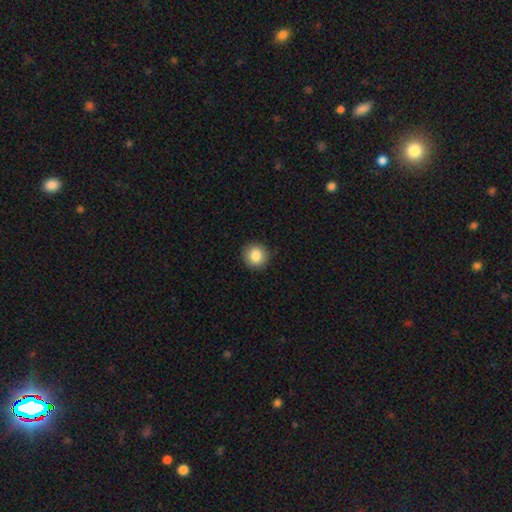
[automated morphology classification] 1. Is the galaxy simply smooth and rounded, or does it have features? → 84% smooth, 9% star or artifact, 7% featured or disk.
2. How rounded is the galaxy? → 93% round, 6% in between, 1% cigar-shaped.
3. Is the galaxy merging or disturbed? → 91% none, 6% minor disturbance, 2% major disturbance, 1% merger.